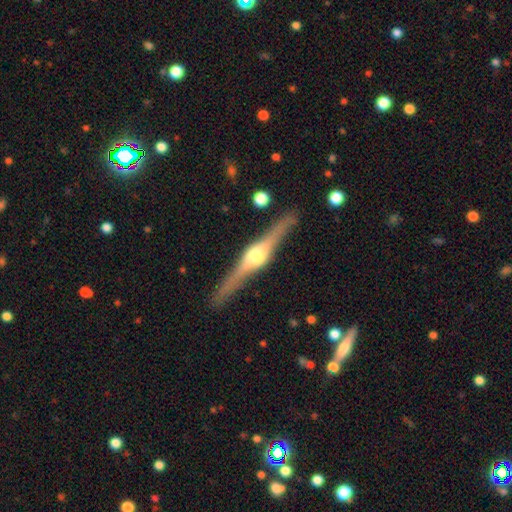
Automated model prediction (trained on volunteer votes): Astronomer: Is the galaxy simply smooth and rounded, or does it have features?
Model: featured or disk — 83%.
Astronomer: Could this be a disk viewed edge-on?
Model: yes — 98%.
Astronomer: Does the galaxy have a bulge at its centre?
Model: rounded — 93%.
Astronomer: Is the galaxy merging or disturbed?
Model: none — 88%.